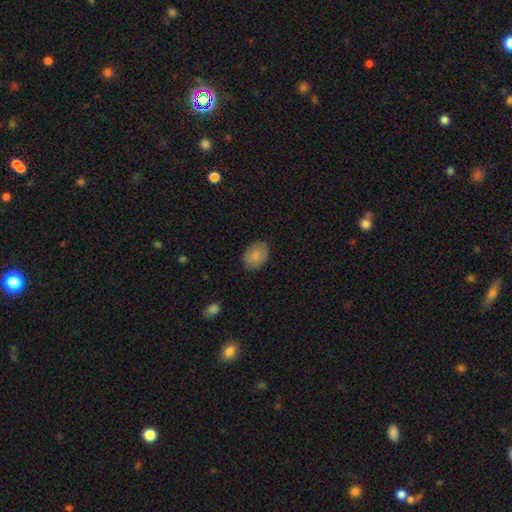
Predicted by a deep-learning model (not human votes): Smooth or featured? smooth (76%)
How rounded? in between (77%)
Merging? none (83%)